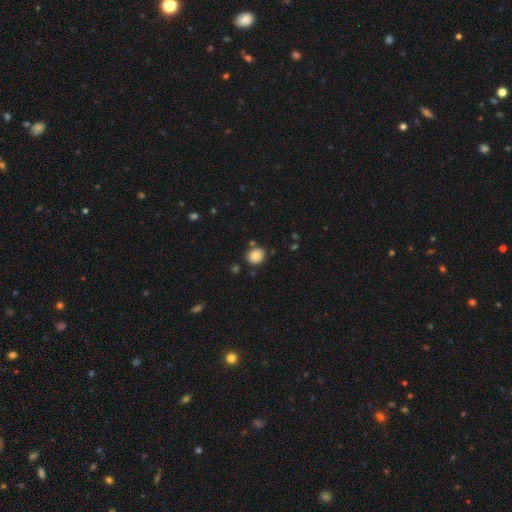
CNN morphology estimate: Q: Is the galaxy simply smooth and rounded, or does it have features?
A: smooth — 86%.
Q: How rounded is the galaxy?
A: round — 74%.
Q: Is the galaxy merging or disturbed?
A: none — 83%.